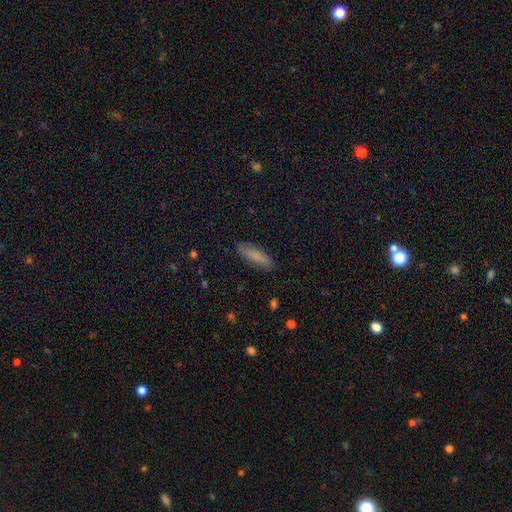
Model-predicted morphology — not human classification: Smooth or featured: smooth — 80% (featured or disk — 13%)
How rounded: cigar-shaped — 70% (in between — 28%)
Merging: none — 87% (minor disturbance — 10%)